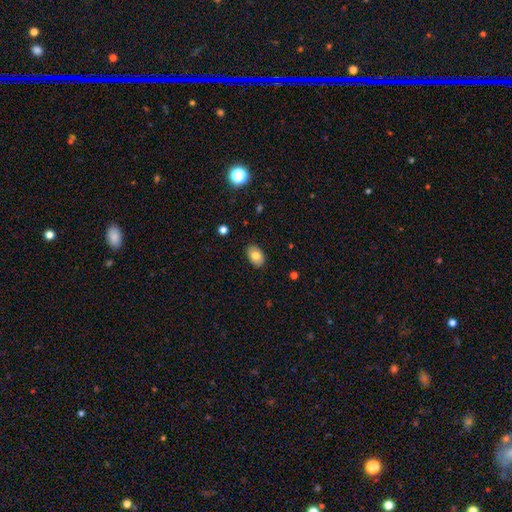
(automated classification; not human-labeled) Smooth or featured?
  - smooth: 78% *
  - featured or disk: 15%
  - star or artifact: 8%
How rounded?
  - in between: 88% *
  - round: 11%
  - cigar-shaped: 1%
Merging?
  - none: 87% *
  - minor disturbance: 10%
  - major disturbance: 2%
  - merger: 1%